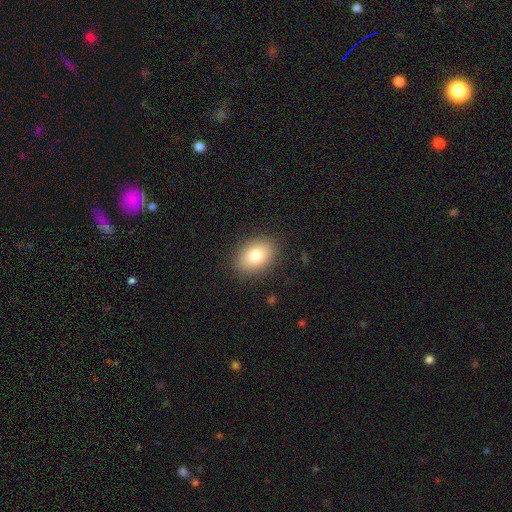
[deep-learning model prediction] smooth 80%, featured or disk 11%, star or artifact 9%. Down the decision tree: how rounded — in between (75%); merging — none (87%).